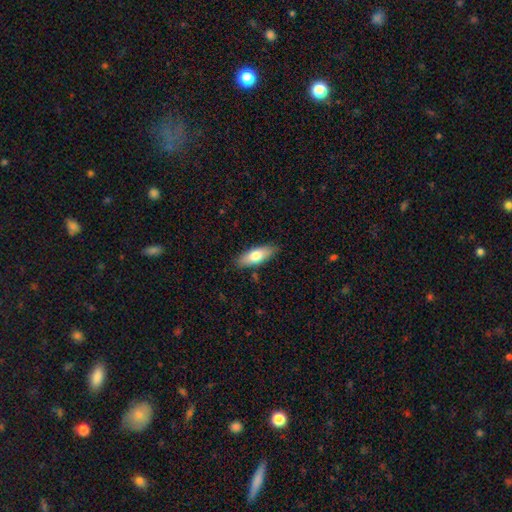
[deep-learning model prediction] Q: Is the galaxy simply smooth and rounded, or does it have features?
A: smooth — 71%.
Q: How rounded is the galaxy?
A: in between — 68%.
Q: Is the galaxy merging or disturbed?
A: none — 86%.